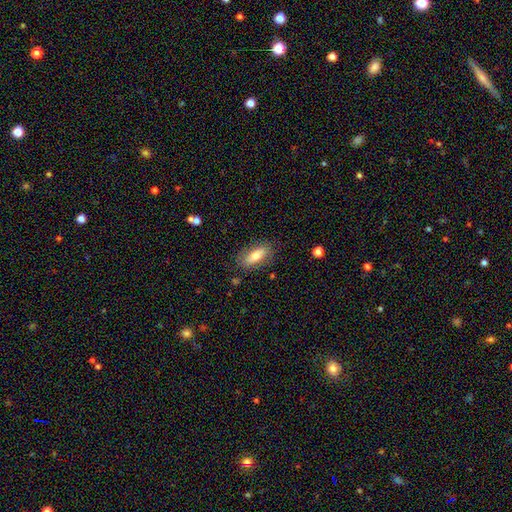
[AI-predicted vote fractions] smooth_or_featured: smooth (p=0.70) [alt: featured or disk p=0.23]
how_rounded: in between (p=0.77) [alt: cigar-shaped p=0.20]
merging: none (p=0.80) [alt: minor disturbance p=0.14]